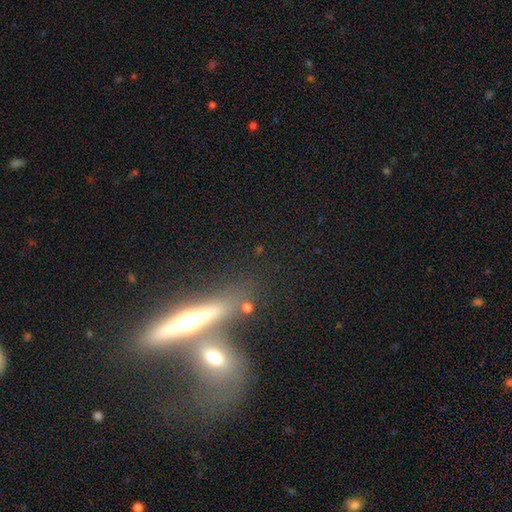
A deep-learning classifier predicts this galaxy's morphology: A featured or disk galaxy (61%) viewed edge-on (87%) with a rounded central bulge (90%).

Vote fractions:
- Smooth or featured? featured or disk: 61% / smooth: 28% / star or artifact: 11%
- Edge-on disk? yes: 87% / no: 13%
- Edge-on bulge? rounded: 90% / none: 6% / boxy: 4%
- Merging? none: 52% / merger: 31% / minor disturbance: 10% / major disturbance: 6%